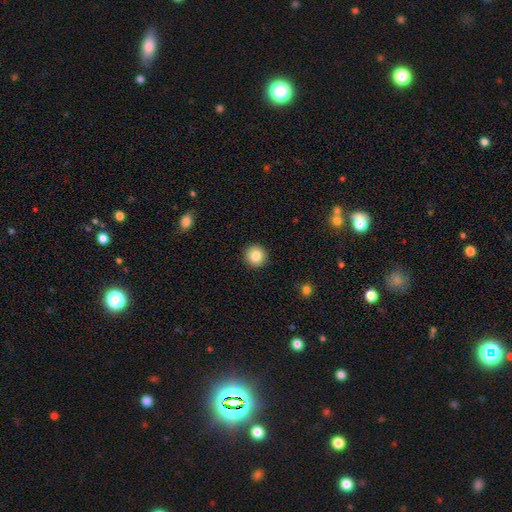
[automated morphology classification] smooth_or_featured: smooth (p=0.85) [alt: star or artifact p=0.09]
how_rounded: round (p=0.93) [alt: in between p=0.06]
merging: none (p=0.92) [alt: minor disturbance p=0.05]